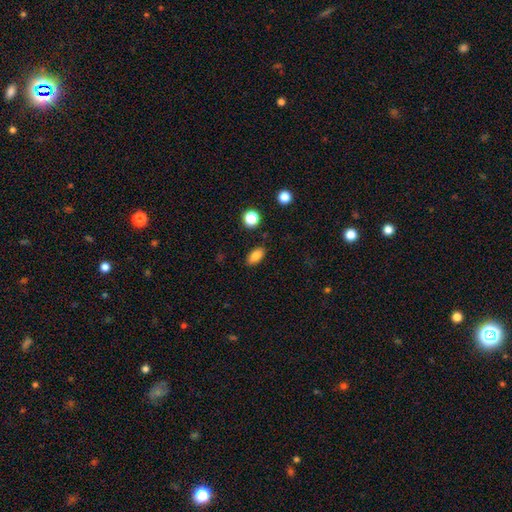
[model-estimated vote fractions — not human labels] Morphology: type=smooth (82%); roundness=in between (89%); merging=none (87%).